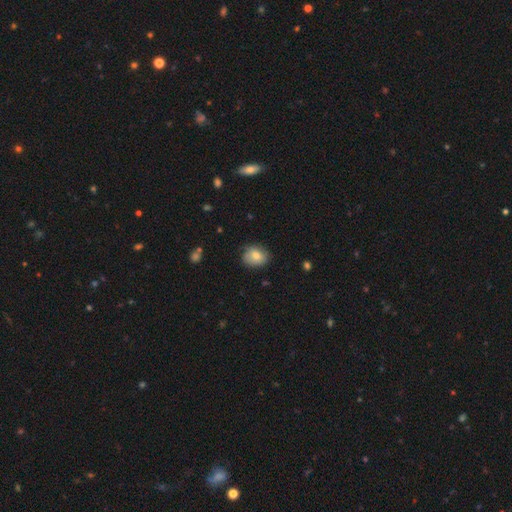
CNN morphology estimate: A smooth galaxy with no disk features (76%) that is round (51%). Merging: none (75%).